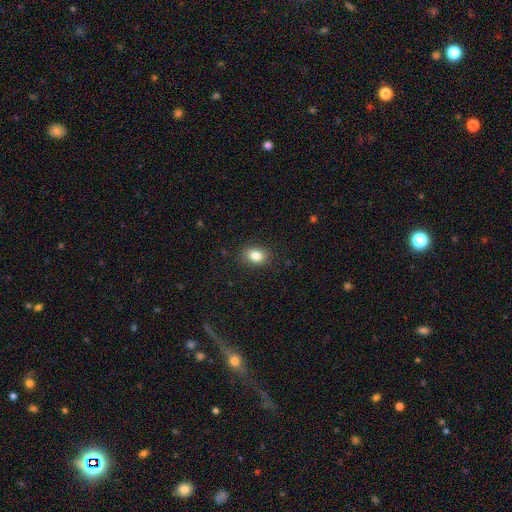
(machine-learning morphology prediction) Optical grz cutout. It shows a smooth galaxy with no disk features (83%) that is in between round and cigar-shaped (65%). Merging: none (87%).